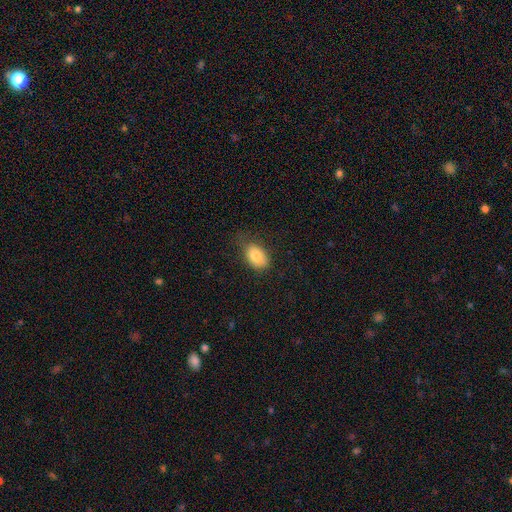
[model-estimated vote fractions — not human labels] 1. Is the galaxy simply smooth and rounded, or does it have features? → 81% smooth, 11% featured or disk, 8% star or artifact.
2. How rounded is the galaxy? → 87% in between, 12% round, 1% cigar-shaped.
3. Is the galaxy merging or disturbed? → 60% none, 30% minor disturbance, 9% major disturbance, 1% merger.